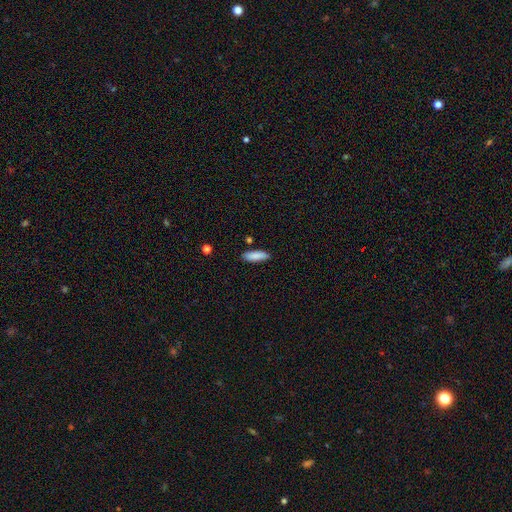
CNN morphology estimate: Smooth or featured? Predicted: smooth (p=0.87). How rounded? Predicted: in between (p=0.50). Merging? Predicted: none (p=0.85).